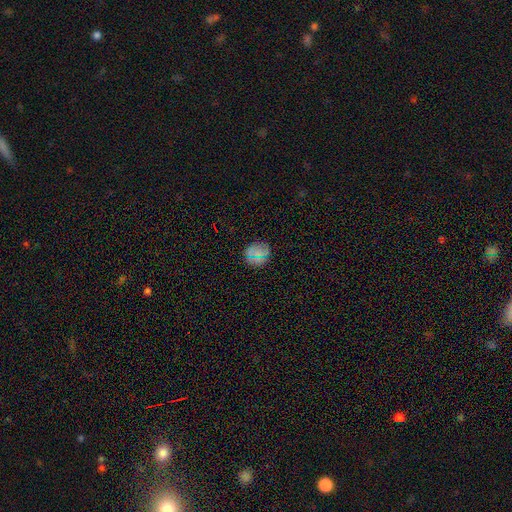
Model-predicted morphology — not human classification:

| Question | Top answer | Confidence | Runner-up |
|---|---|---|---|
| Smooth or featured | smooth | 72% | star or artifact (21%) |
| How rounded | round | 82% | in between (16%) |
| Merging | none | 88% | minor disturbance (9%) |